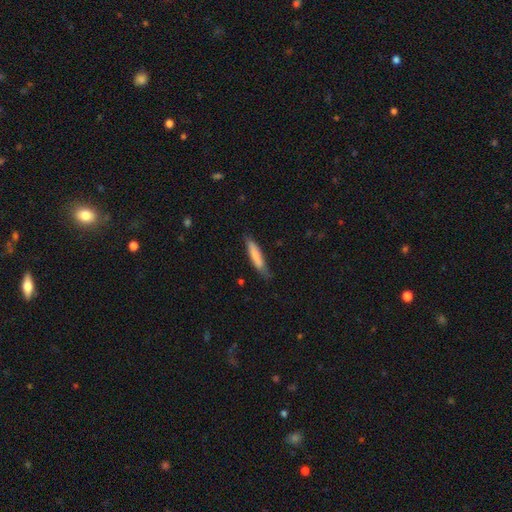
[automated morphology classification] smooth_or_featured: smooth (p=0.78) [alt: featured or disk p=0.17]
how_rounded: cigar-shaped (p=0.84) [alt: in between p=0.14]
merging: none (p=0.73) [alt: minor disturbance p=0.22]